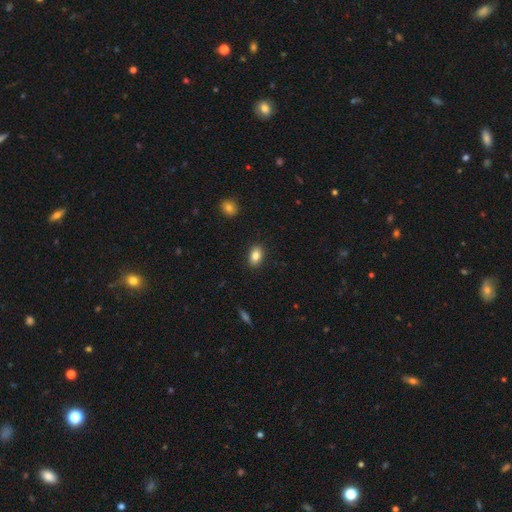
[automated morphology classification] type=smooth (84%); roundness=in between (86%); merging=none (89%).